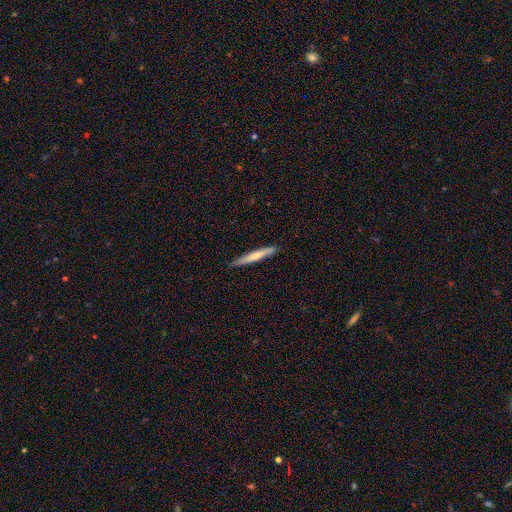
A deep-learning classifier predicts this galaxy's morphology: The model was most divided on "smooth or featured": smooth: 62%, featured or disk: 33%, star or artifact: 5%. More confident: how rounded — cigar-shaped (95%); merging — none (88%).